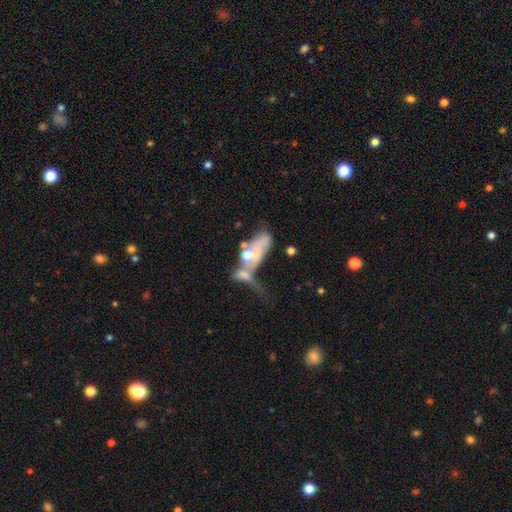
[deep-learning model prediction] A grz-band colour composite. It shows a featured or disk galaxy (52%). Merging: merger (54%).